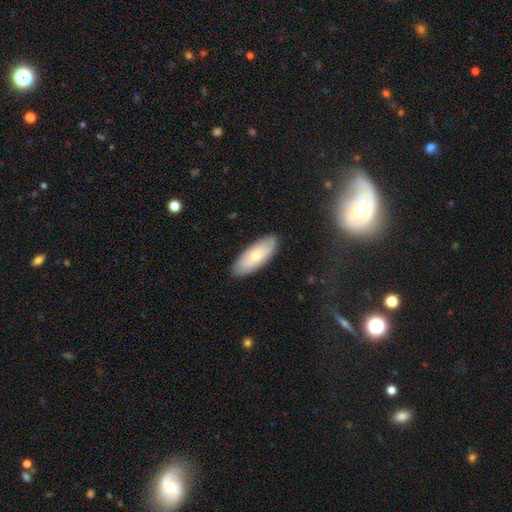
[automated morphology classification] A smooth galaxy with no disk features (60%) that is in between round and cigar-shaped (80%). Merging: none (86%).